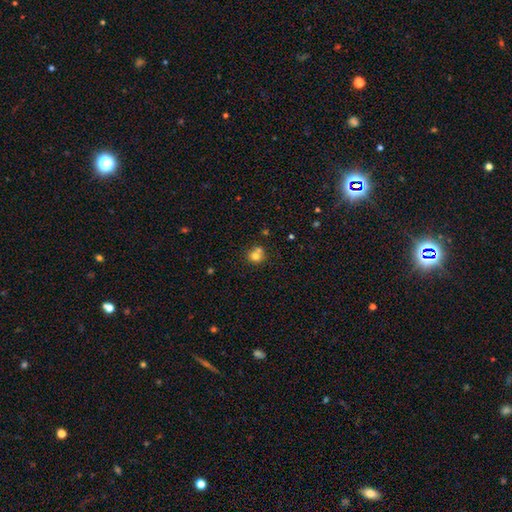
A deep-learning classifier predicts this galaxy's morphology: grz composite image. It shows a smooth galaxy with no disk features (74%) that is round (86%). Merging: none (50%).